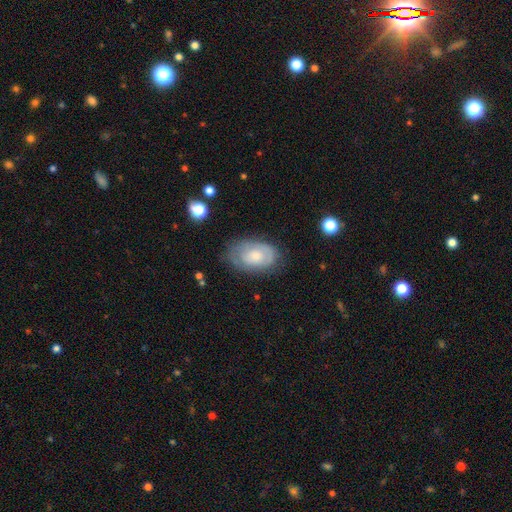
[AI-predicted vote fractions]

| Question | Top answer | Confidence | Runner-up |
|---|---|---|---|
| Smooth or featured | featured or disk | 50% | smooth (43%) |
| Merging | none | 67% | minor disturbance (23%) |